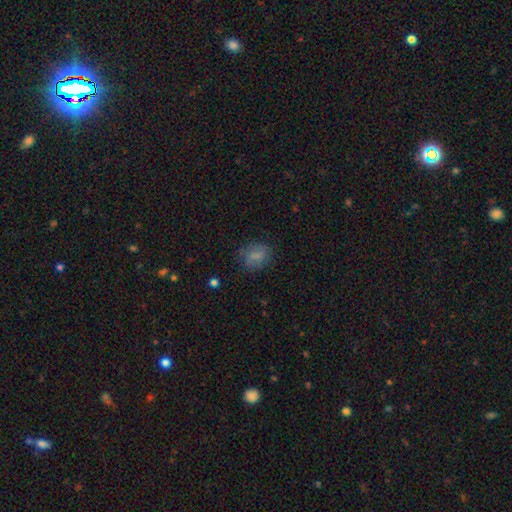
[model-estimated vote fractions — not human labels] The model was most divided on "how rounded": round: 50%, in between: 48%, cigar-shaped: 2%. More confident: smooth or featured — smooth (73%); merging — none (72%).